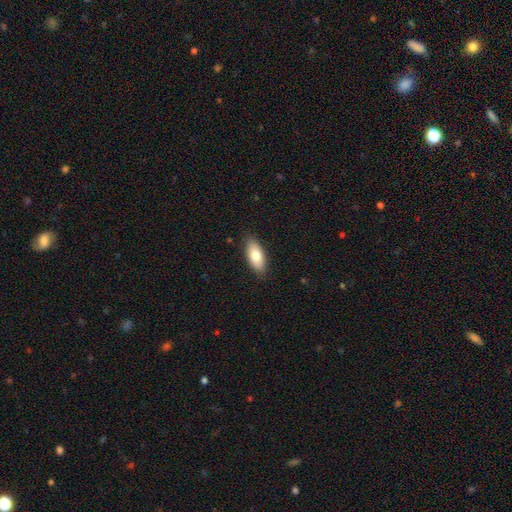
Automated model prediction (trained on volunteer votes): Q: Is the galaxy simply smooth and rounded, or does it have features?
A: smooth — 78%.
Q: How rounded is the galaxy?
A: in between — 83%.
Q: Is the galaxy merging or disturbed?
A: none — 86%.